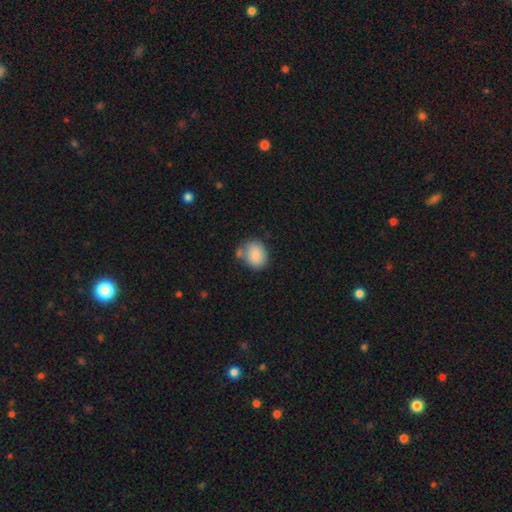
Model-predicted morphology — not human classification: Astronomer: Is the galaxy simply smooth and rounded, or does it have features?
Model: smooth — 86%.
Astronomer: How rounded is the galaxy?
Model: round — 51% (runner-up: in between, 48%).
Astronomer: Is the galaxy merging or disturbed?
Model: none — 64%.